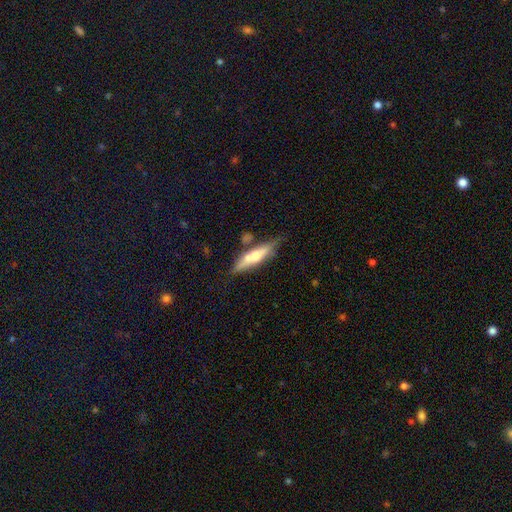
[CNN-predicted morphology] Smooth or featured? featured or disk (49%)
Merging? none (62%)